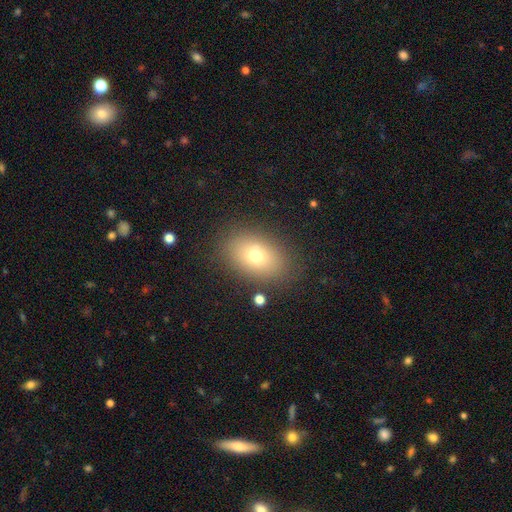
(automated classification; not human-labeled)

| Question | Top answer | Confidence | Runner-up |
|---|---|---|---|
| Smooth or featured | smooth | 71% | featured or disk (16%) |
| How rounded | in between | 79% | round (20%) |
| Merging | none | 84% | minor disturbance (10%) |